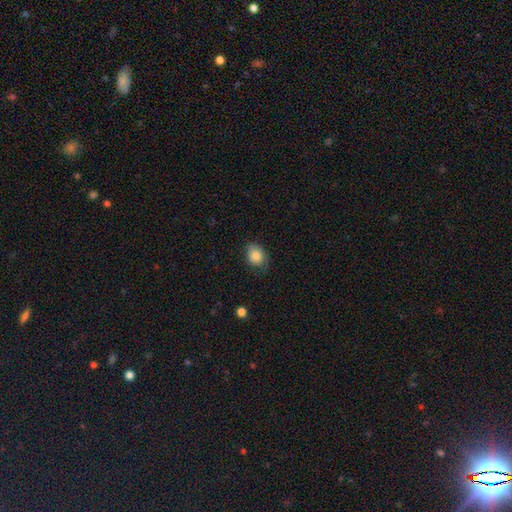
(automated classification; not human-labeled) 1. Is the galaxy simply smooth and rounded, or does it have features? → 83% smooth, 9% featured or disk, 9% star or artifact.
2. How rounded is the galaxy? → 52% in between, 47% round, 1% cigar-shaped.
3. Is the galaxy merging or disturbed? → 72% none, 22% minor disturbance, 5% major disturbance, 1% merger.